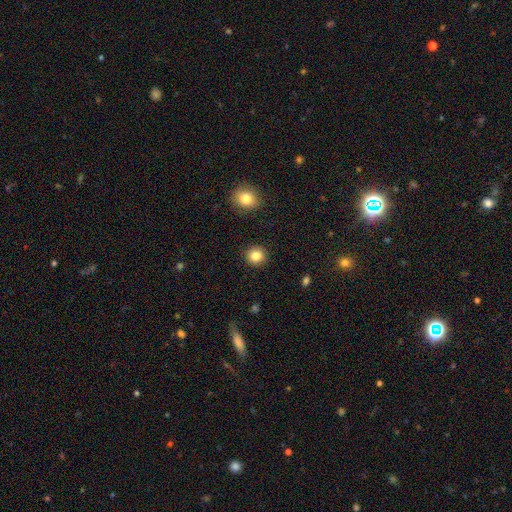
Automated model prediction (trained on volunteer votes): Morphology: type=smooth (85%); roundness=round (91%); merging=none (91%).